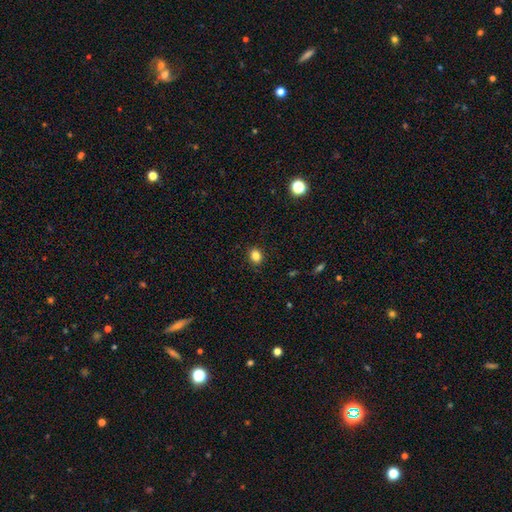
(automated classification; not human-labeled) smooth-or-featured: smooth: 84% | star or artifact: 11% | featured or disk: 5%
  how-rounded: round: 53% | in between: 46% | cigar-shaped: 1%
  merging: none: 89% | minor disturbance: 8% | major disturbance: 2% | merger: 1%